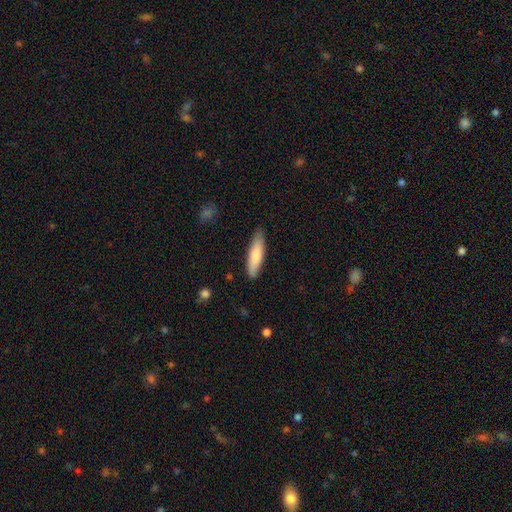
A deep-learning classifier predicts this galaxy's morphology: smooth-or-featured: smooth: 80% | featured or disk: 15% | star or artifact: 5%
  how-rounded: cigar-shaped: 70% | in between: 29% | round: 1%
  merging: none: 85% | minor disturbance: 12% | major disturbance: 2% | merger: 1%